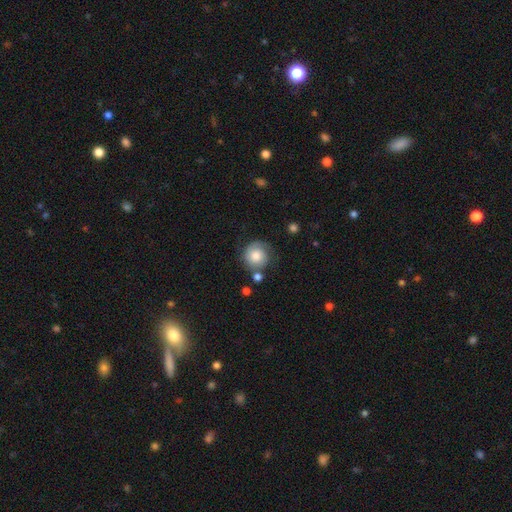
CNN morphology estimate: This is possibly a smooth galaxy (59%). How rounded: clearly round (90%). Merging: likely none (66%).